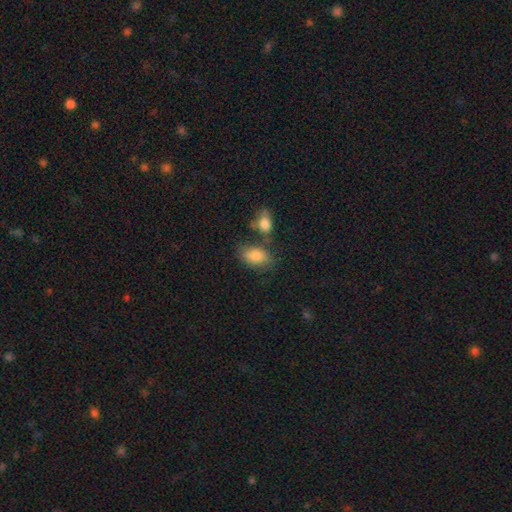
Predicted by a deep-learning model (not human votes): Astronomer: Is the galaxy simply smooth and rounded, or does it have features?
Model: smooth — 81%.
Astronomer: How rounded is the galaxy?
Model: in between — 88%.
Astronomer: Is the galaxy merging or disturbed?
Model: none — 59%.